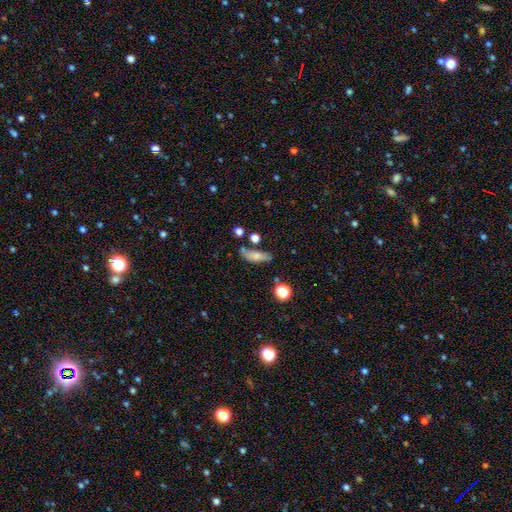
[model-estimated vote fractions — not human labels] Overall: smooth (73%). How rounded: in between (62%; cigar-shaped 32%). Merging: none (62%).